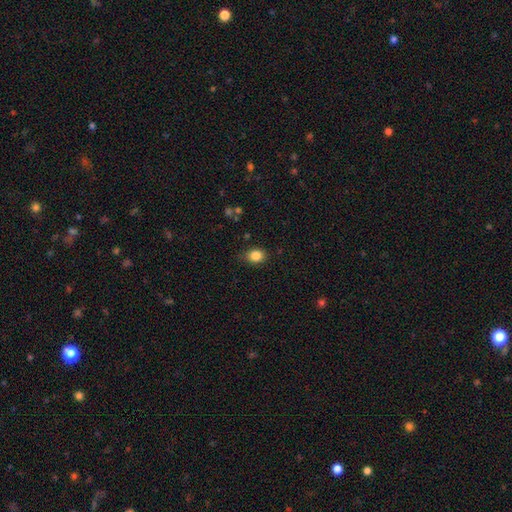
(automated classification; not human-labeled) Overall: smooth (84%). How rounded: in between (54%; round 45%). Merging: none (79%).